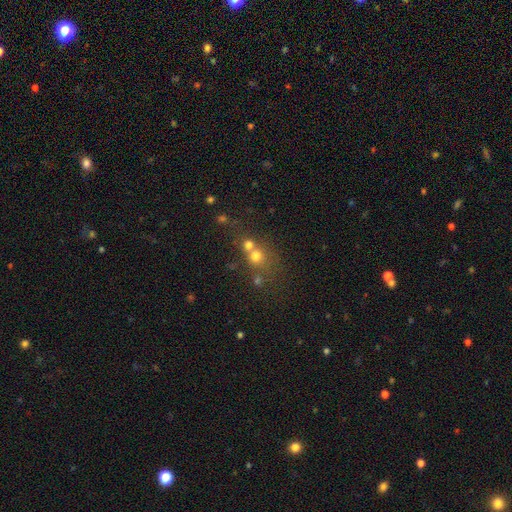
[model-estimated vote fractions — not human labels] Morphology: type=smooth (67%); roundness=round (84%); merging=merger (48%).